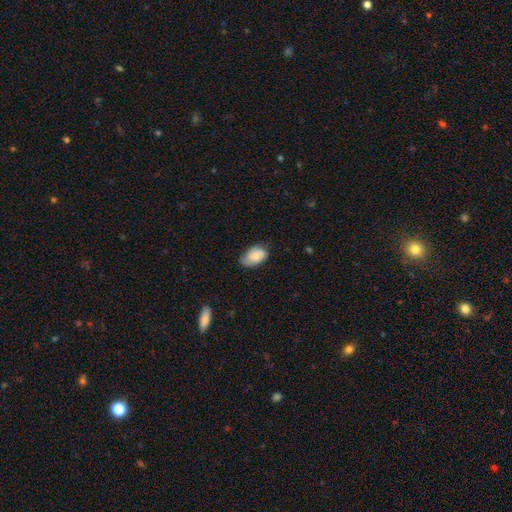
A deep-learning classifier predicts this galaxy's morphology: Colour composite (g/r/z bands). It shows a smooth galaxy with no disk features (73%) that is in between round and cigar-shaped (90%). Merging: none (58%).